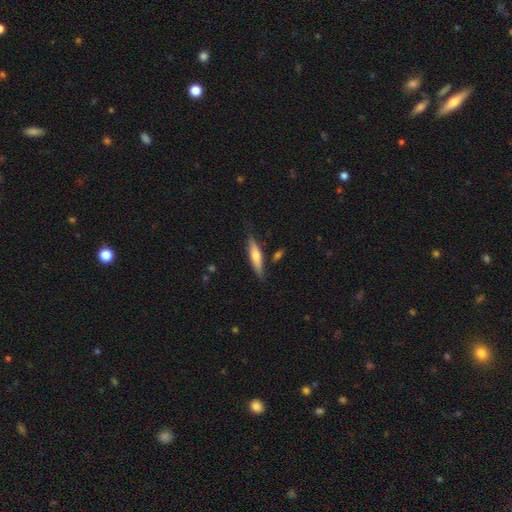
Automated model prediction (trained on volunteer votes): Q: Smooth or featured?
A: smooth (57%); runner-up: featured or disk (37%)
Q: How rounded?
A: cigar-shaped (74%); runner-up: in between (24%)
Q: Merging?
A: none (79%); runner-up: minor disturbance (14%)